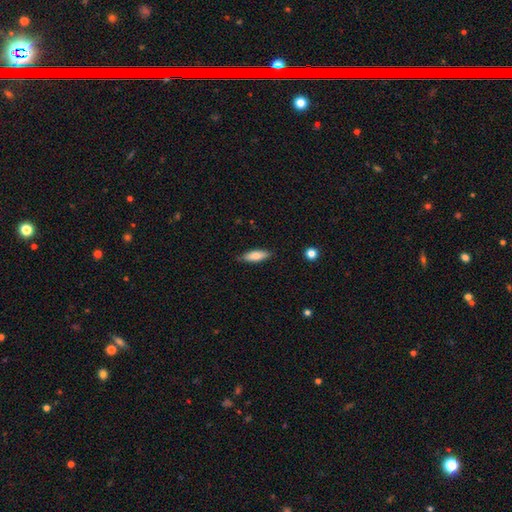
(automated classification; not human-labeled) Q: Smooth or featured?
A: smooth (77%); runner-up: featured or disk (17%)
Q: How rounded?
A: in between (56%); runner-up: cigar-shaped (42%)
Q: Merging?
A: none (83%); runner-up: minor disturbance (13%)